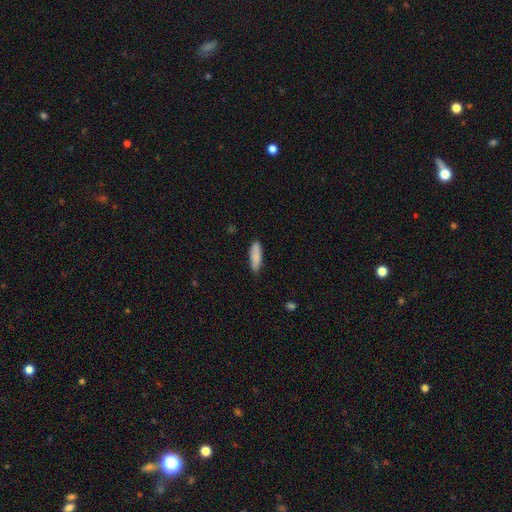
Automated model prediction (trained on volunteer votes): This is clearly a smooth galaxy (85%). How rounded: possibly in between (51%). Merging: clearly none (81%).